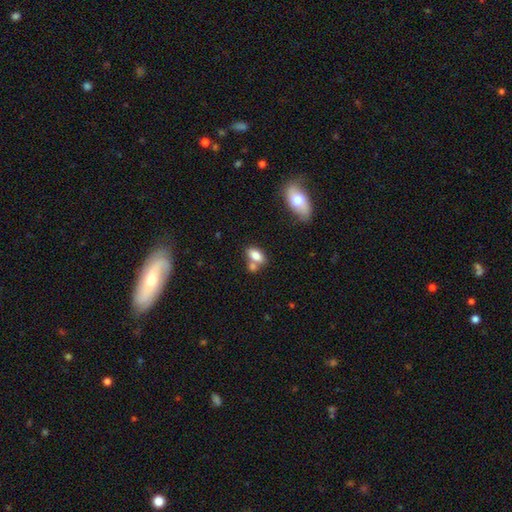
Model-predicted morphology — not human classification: A smooth galaxy with no disk features (79%) that is in between round and cigar-shaped (88%).

Vote fractions:
- Smooth or featured? smooth: 79% / featured or disk: 12% / star or artifact: 8%
- How rounded? in between: 88% / round: 8% / cigar-shaped: 4%
- Merging? none: 48% / merger: 37% / minor disturbance: 12% / major disturbance: 4%